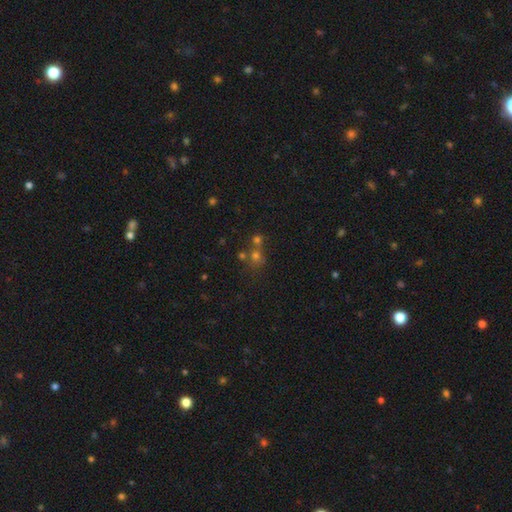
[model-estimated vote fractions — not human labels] Smooth or featured: smooth — 53% (star or artifact — 33%)
How rounded: round — 85% (in between — 14%)
Merging: none — 51% (merger — 37%)